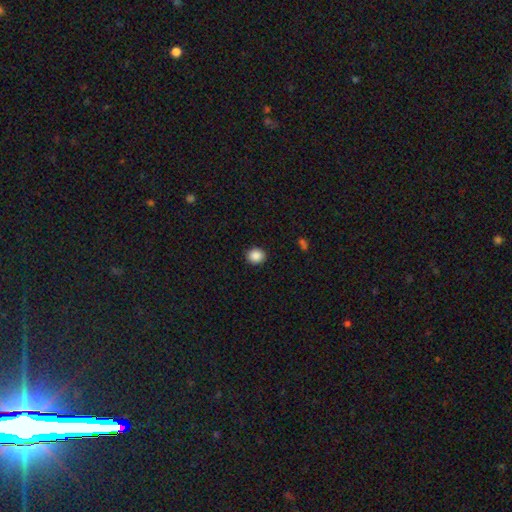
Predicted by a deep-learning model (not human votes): Smooth or featured: smooth — 88% (star or artifact — 9%)
How rounded: round — 78% (in between — 21%)
Merging: none — 91% (minor disturbance — 6%)